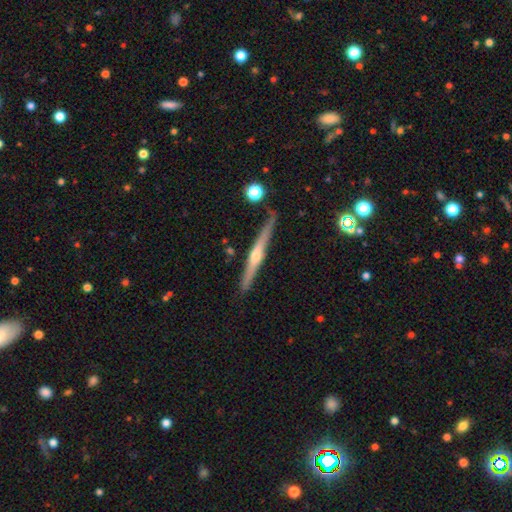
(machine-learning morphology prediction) Smooth or featured? featured or disk (76%)
Edge-on disk? yes (98%)
Edge-on bulge? rounded (85%)
Merging? none (84%)